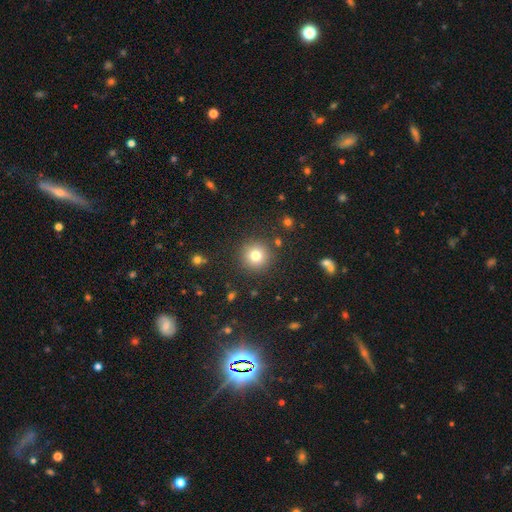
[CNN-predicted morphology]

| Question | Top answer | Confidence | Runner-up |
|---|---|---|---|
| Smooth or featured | smooth | 78% | star or artifact (13%) |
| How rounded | round | 95% | in between (4%) |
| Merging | none | 89% | minor disturbance (6%) |